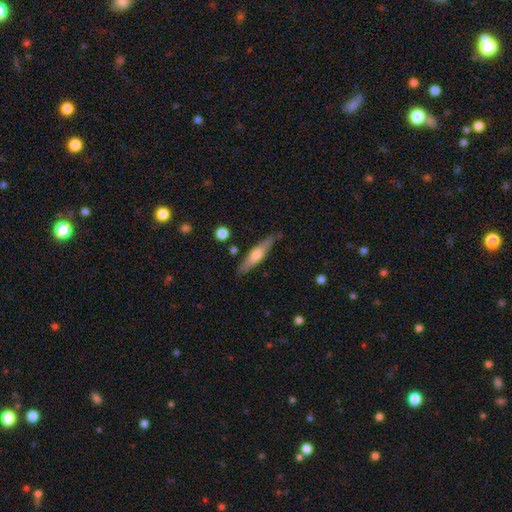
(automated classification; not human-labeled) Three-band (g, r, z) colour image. It shows a smooth galaxy with no disk features (52%) that is cigar-shaped (80%). Merging: none (83%).